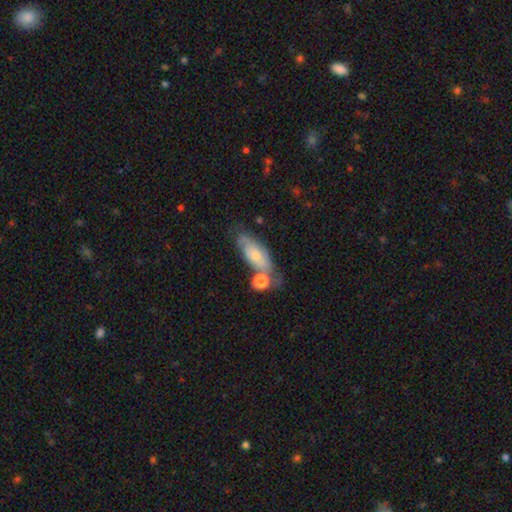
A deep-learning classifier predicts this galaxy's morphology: Q: Smooth or featured?
A: smooth (53%); runner-up: featured or disk (40%)
Q: How rounded?
A: in between (77%); runner-up: cigar-shaped (18%)
Q: Merging?
A: none (43%); runner-up: merger (26%)